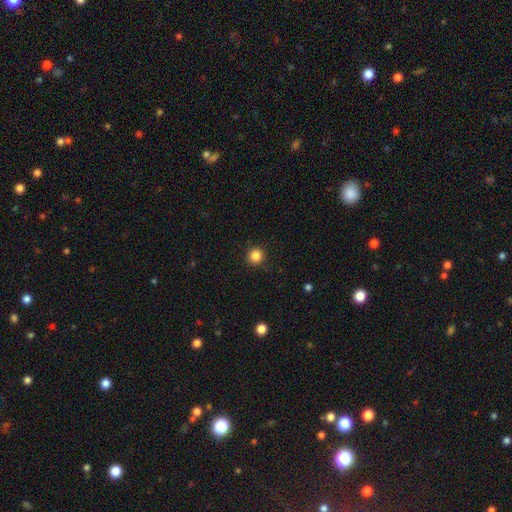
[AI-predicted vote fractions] A smooth galaxy with no disk features (85%) that is round (94%). Merging: none (91%).